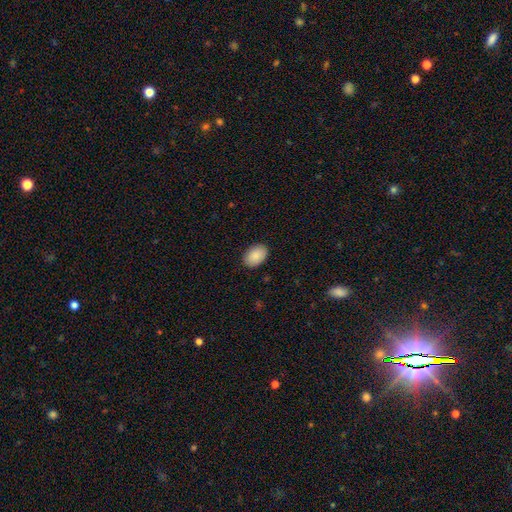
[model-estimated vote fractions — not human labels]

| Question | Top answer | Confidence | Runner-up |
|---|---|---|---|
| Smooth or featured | smooth | 90% | star or artifact (6%) |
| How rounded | in between | 87% | round (12%) |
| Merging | none | 89% | minor disturbance (8%) |